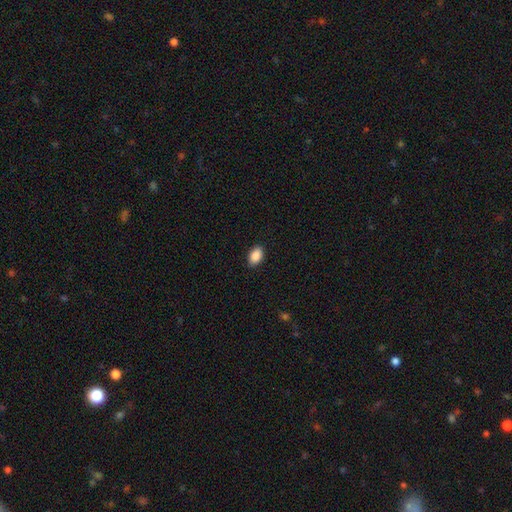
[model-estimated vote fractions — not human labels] This is clearly a smooth galaxy (90%). How rounded: clearly in between (91%). Merging: clearly none (89%).